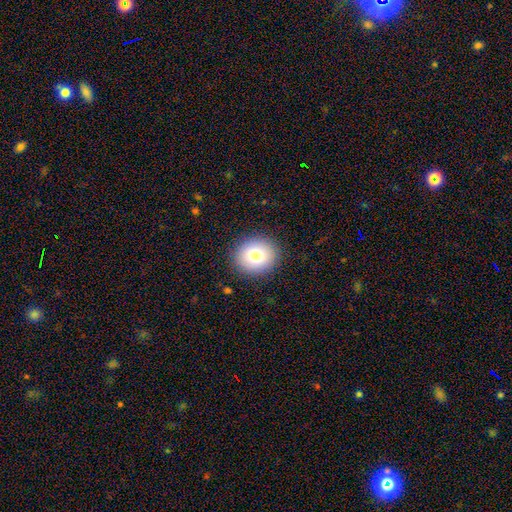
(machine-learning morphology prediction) smooth_or_featured: smooth (p=0.80) [alt: featured or disk p=0.10]
how_rounded: round (p=0.74) [alt: in between p=0.25]
merging: none (p=0.90) [alt: minor disturbance p=0.07]